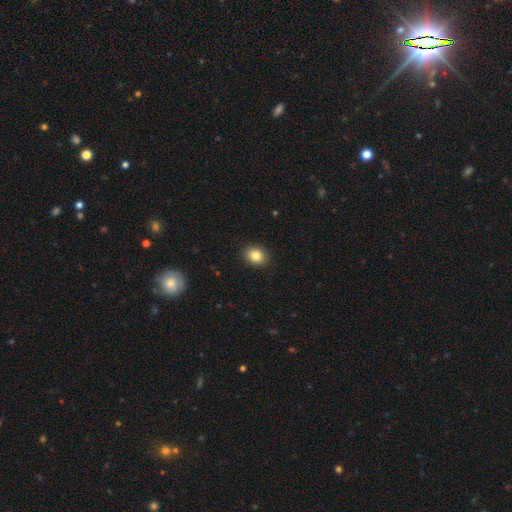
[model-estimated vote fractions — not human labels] A smooth galaxy with no disk features (84%) that is round (58%). Merging: none (91%).